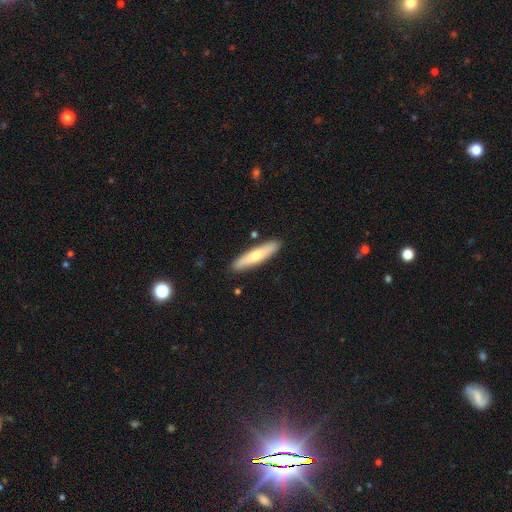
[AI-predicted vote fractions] Smooth or featured? Predicted: smooth (p=0.63). How rounded? Predicted: cigar-shaped (p=0.80). Merging? Predicted: none (p=0.87).